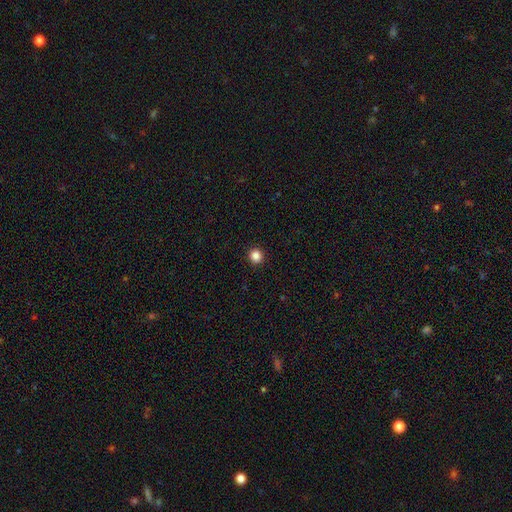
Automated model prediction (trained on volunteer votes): Smooth or featured? smooth (86%)
How rounded? round (93%)
Merging? none (93%)